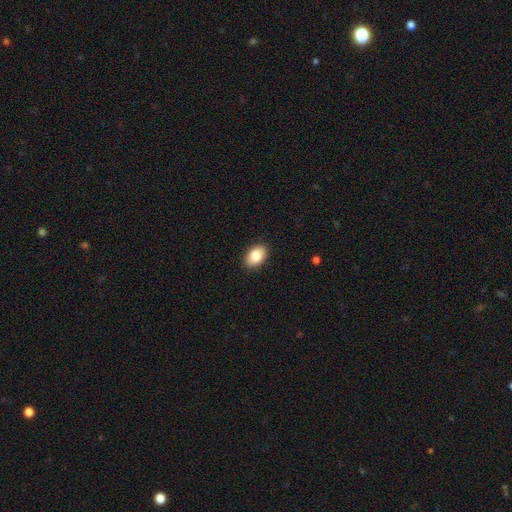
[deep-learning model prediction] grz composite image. It shows a smooth galaxy with no disk features (84%) that is in between round and cigar-shaped (87%). Merging: none (89%).